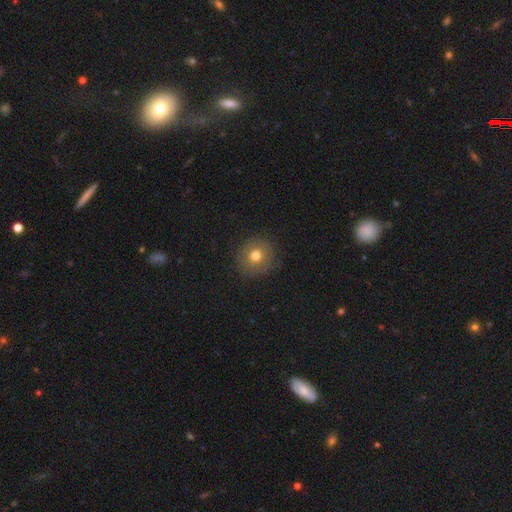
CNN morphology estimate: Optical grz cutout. It shows a smooth galaxy with no disk features (72%) that is round (92%). Merging: none (88%).